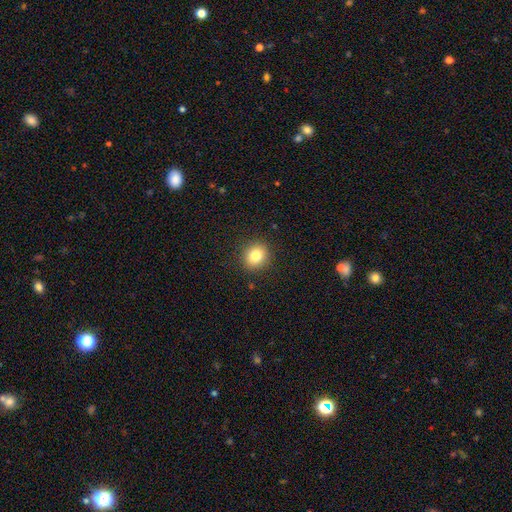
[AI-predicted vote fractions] Smooth or featured: smooth — 81% (star or artifact — 11%)
How rounded: round — 78% (in between — 22%)
Merging: none — 90% (minor disturbance — 7%)